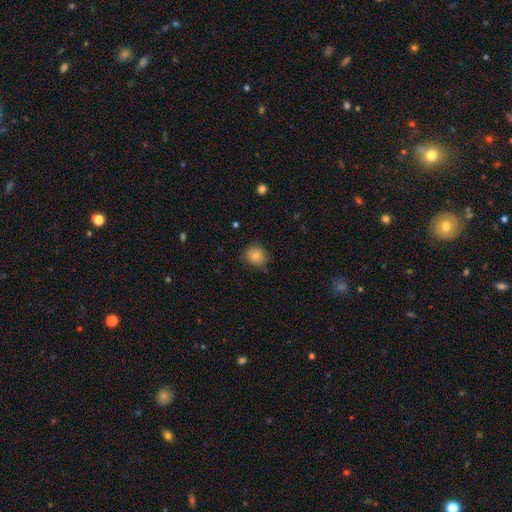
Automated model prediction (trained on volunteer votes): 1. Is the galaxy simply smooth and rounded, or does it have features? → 81% smooth, 10% featured or disk, 9% star or artifact.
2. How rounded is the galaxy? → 79% round, 20% in between, 1% cigar-shaped.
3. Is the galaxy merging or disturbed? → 77% none, 18% minor disturbance, 4% major disturbance, 1% merger.